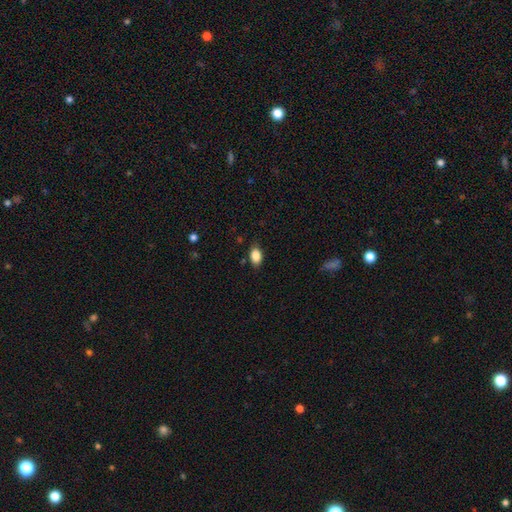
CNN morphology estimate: Smooth or featured? smooth (87%)
How rounded? in between (88%)
Merging? none (81%)